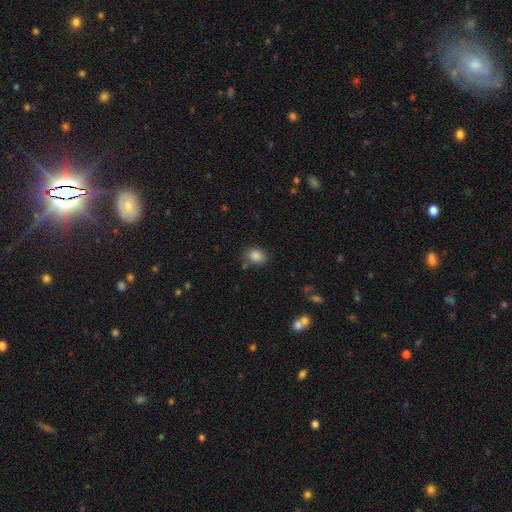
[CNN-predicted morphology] A smooth galaxy with no disk features (84%) that is in between round and cigar-shaped (61%).

Vote fractions:
- Smooth or featured? smooth: 84% / star or artifact: 10% / featured or disk: 6%
- How rounded? in between: 61% / round: 38% / cigar-shaped: 1%
- Merging? none: 75% / minor disturbance: 15% / merger: 6% / major disturbance: 4%